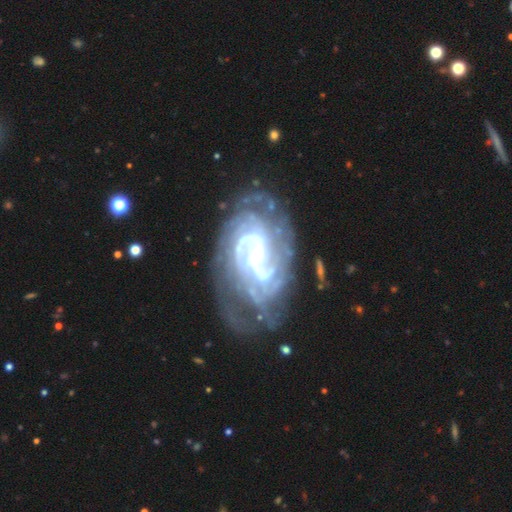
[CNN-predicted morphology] Smooth or featured?
  - featured or disk: 90% *
  - star or artifact: 6%
  - smooth: 4%
Edge-on disk?
  - no: 97% *
  - yes: 3%
Bar?
  - no: 44% *
  - weak: 39%
  - strong: 17%
Spiral arms?
  - yes: 97% *
  - no: 3%
Spiral winding?
  - tight: 63% *
  - medium: 30%
  - loose: 7%
Spiral arm count?
  - can't tell: 27% * (tied)
  - 2: 27% * (tied)
  - 3: 15%
  - 4: 13%
  - more than 4: 10%
  - 1: 7%
Bulge size?
  - small: 75% *
  - moderate: 20%
  - none: 2%
  - large: 2%
  - dominant: 1%
Merging?
  - none: 68% *
  - minor disturbance: 19%
  - major disturbance: 10%
  - merger: 2%